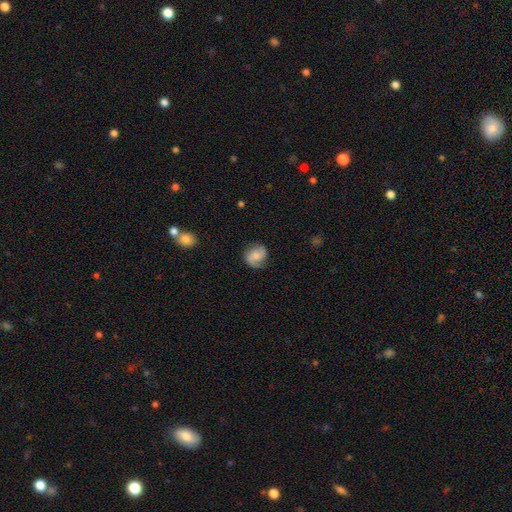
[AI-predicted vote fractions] Smooth or featured?
  - featured or disk: 46% * (tied)
  - smooth: 46% * (tied)
  - star or artifact: 8%
Merging?
  - none: 70% *
  - minor disturbance: 21%
  - major disturbance: 7%
  - merger: 1%